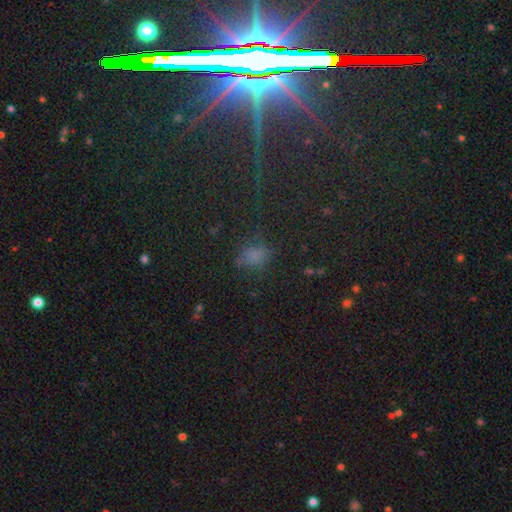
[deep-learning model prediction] A smooth galaxy with no disk features (58%) that is in between round and cigar-shaped (60%). Merging: none (62%).